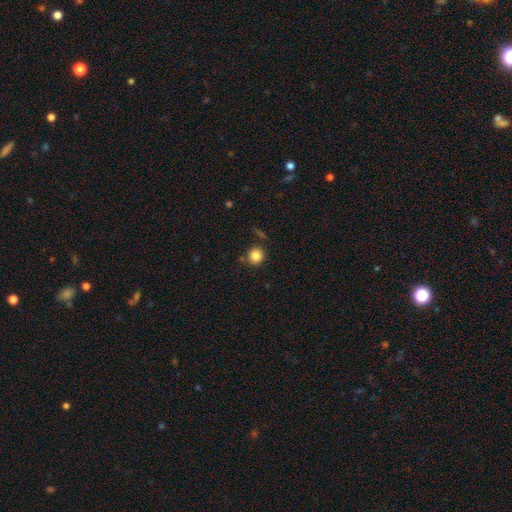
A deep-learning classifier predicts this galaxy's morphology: This appears to be a smooth galaxy with no disk features (84%) that is round (91%). Merging: none (82%).